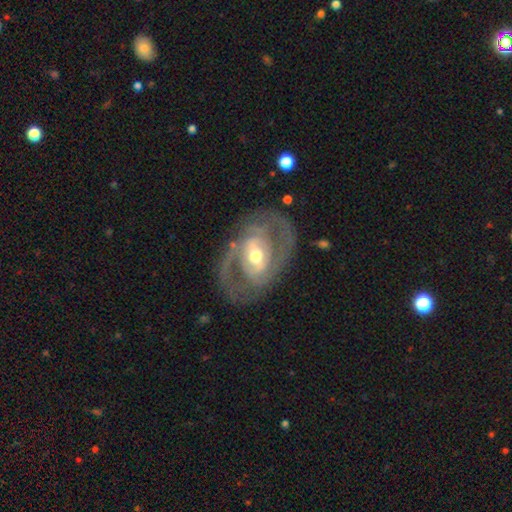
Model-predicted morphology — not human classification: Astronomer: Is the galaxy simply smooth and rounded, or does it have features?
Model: featured or disk — 87%.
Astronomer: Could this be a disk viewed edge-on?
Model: no — 96%.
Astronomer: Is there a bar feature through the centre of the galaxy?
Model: weak — 43% (runner-up: strong, 34%).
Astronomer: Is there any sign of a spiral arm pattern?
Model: yes — 88%.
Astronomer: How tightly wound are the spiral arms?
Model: medium — 45% (runner-up: tight, 41%).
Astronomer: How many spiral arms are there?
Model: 2 — 76%.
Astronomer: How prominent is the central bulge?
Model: moderate — 68%.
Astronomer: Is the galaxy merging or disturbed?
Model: none — 74%.